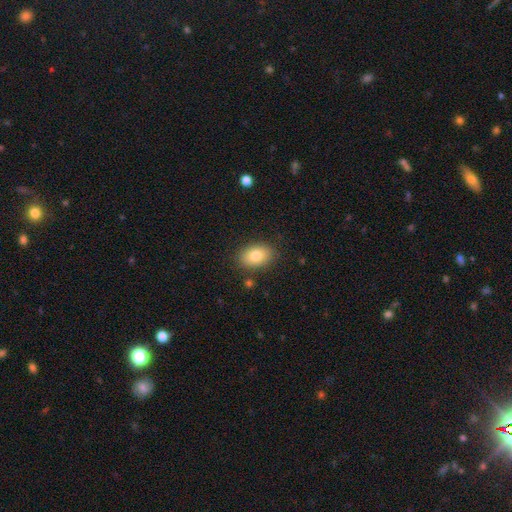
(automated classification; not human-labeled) smooth_or_featured: smooth (p=0.81) [alt: featured or disk p=0.11]
how_rounded: in between (p=0.86) [alt: round p=0.13]
merging: none (p=0.85) [alt: minor disturbance p=0.11]